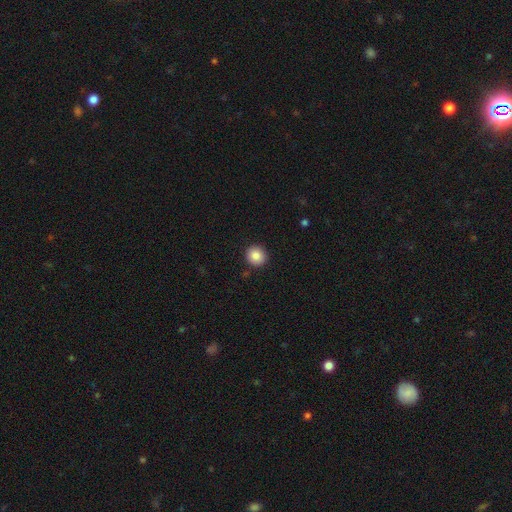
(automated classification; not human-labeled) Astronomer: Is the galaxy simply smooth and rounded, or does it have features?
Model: smooth — 85%.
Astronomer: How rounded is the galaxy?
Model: round — 92%.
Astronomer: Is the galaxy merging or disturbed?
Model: none — 91%.